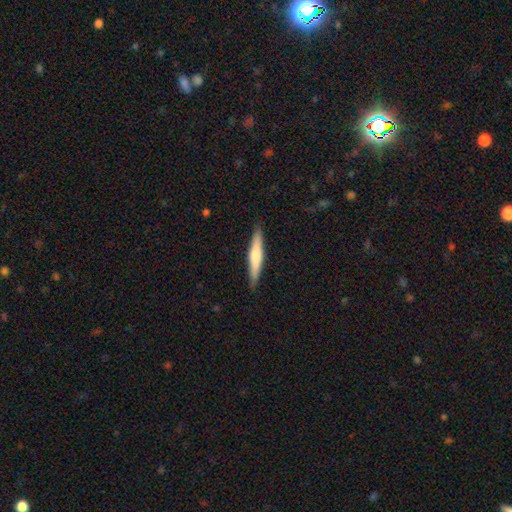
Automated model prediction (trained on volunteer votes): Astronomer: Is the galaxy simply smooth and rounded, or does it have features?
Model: smooth — 56% (runner-up: featured or disk, 39%).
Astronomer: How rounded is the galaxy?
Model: cigar-shaped — 91%.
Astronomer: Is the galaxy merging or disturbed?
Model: none — 88%.